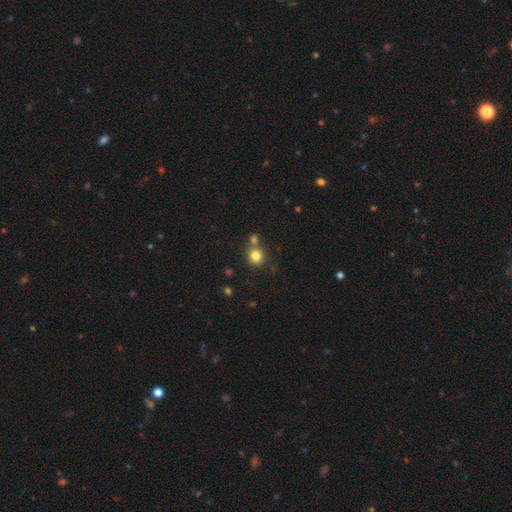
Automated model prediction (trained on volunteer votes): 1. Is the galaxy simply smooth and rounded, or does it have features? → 81% smooth, 12% star or artifact, 7% featured or disk.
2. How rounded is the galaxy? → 88% round, 11% in between, 1% cigar-shaped.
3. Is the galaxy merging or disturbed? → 66% none, 23% merger, 8% minor disturbance, 3% major disturbance.